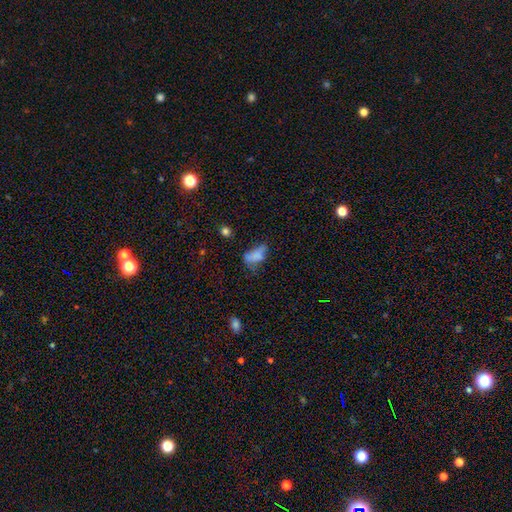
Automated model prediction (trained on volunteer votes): This is likely a smooth galaxy (67%). How rounded: clearly in between (83%). Merging: marginally major disturbance (32%).